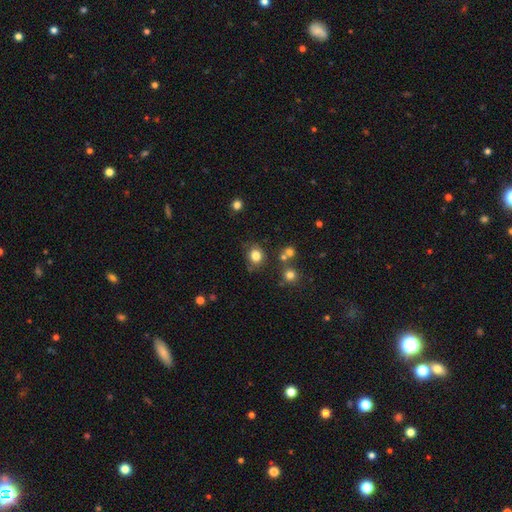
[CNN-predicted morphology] This is clearly a smooth galaxy (81%). How rounded: likely round (70%). Merging: likely none (73%).